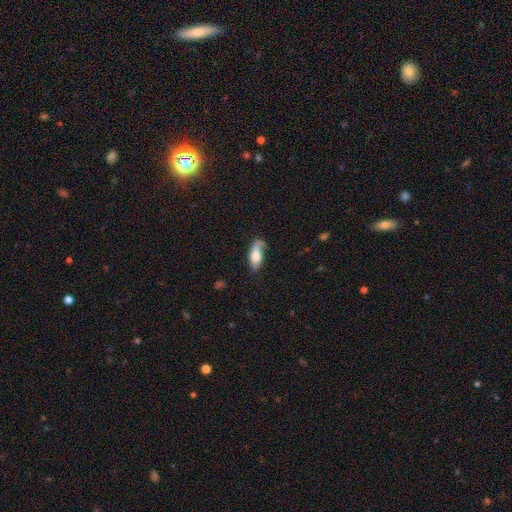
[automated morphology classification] smooth-or-featured: smooth: 60% | featured or disk: 34% | star or artifact: 7%
  how-rounded: in between: 70% | cigar-shaped: 26% | round: 3%
  merging: none: 51% | minor disturbance: 28% | major disturbance: 16% | merger: 5%